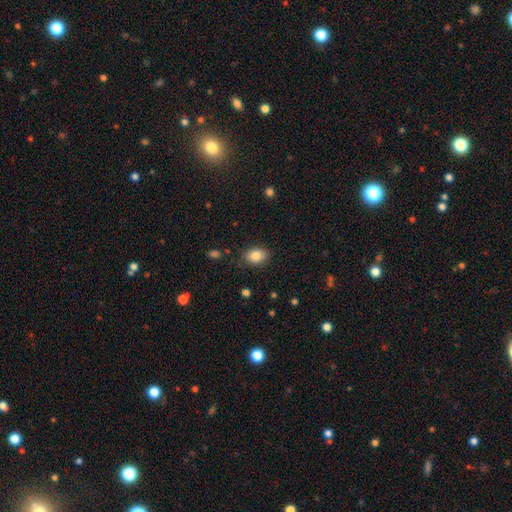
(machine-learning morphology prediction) Smooth or featured? Predicted: smooth (p=0.84). How rounded? Predicted: in between (p=0.75). Merging? Predicted: none (p=0.84).